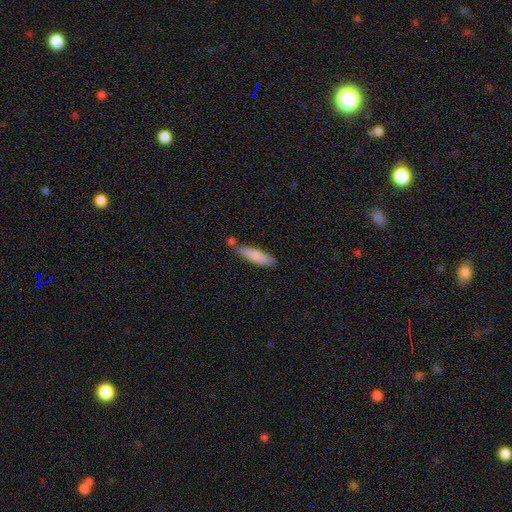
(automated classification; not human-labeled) Smooth or featured? smooth (83%)
How rounded? cigar-shaped (74%)
Merging? none (69%)